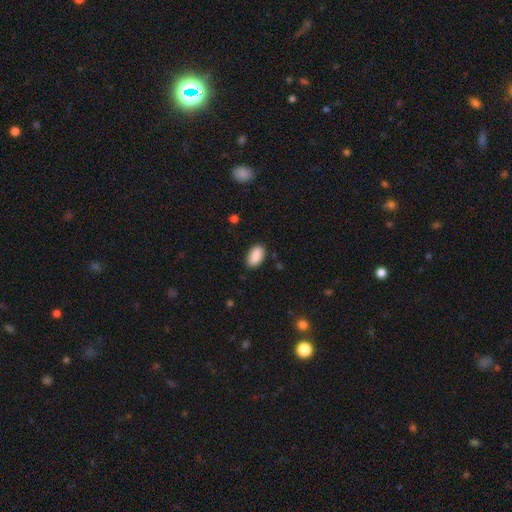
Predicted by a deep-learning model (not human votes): smooth_or_featured: smooth (p=0.90) [alt: star or artifact p=0.07]
how_rounded: in between (p=0.94) [alt: round p=0.04]
merging: none (p=0.85) [alt: minor disturbance p=0.11]